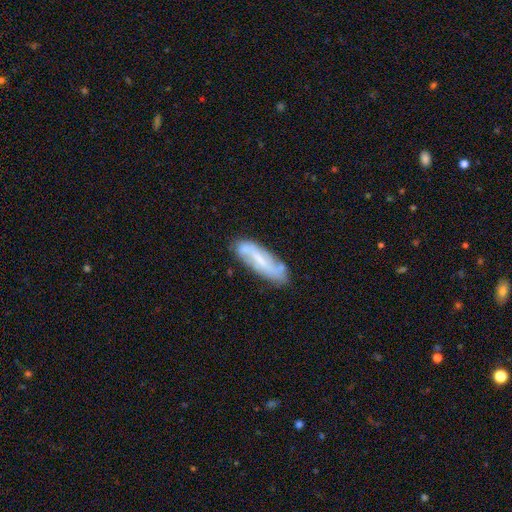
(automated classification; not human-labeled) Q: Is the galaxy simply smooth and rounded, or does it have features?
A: featured or disk — 58%.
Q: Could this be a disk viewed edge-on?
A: no — 76%.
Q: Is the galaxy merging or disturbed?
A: none — 80%.